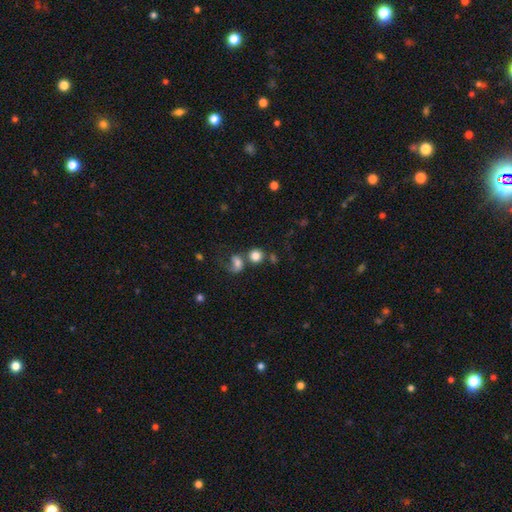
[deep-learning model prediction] This is likely a smooth galaxy (78%). How rounded: clearly round (82%). Merging: possibly none (47%).